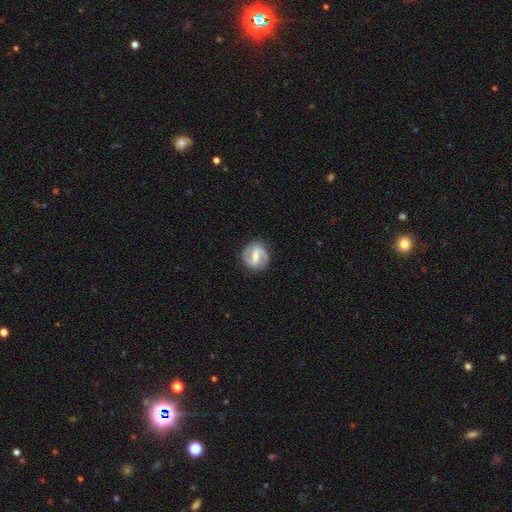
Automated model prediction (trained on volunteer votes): Overall: featured or disk (82%). Edge-on disk: no (98%). Bar: strong (48%; weak 42%). Spiral arms: yes (94%). Spiral arm count: 2 (91%). Spiral winding: medium (50%; tight 26%). Bulge size: small (36%, tied with moderate). Merging: none (85%).